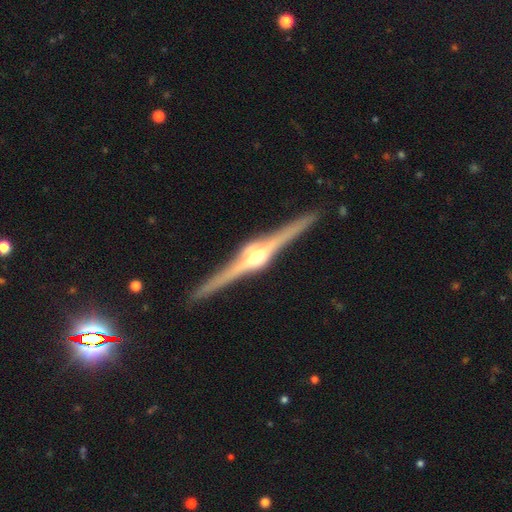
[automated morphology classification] Smooth or featured? Predicted: featured or disk (p=0.89). Edge-on disk? Predicted: yes (p=0.99). Edge-on bulge? Predicted: rounded (p=0.93). Merging? Predicted: none (p=0.91).